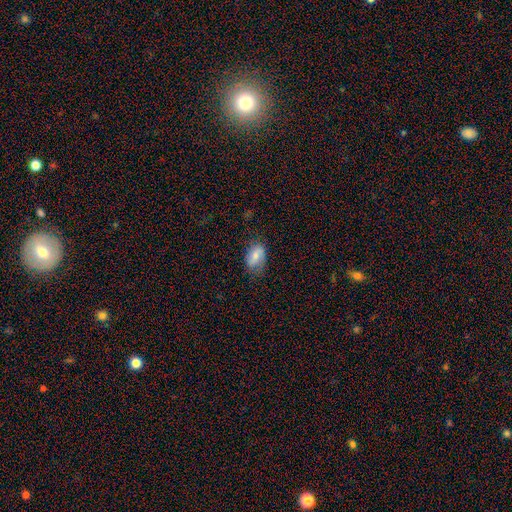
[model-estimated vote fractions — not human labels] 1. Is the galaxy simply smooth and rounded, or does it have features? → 70% smooth, 22% featured or disk, 8% star or artifact.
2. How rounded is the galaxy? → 88% in between, 10% round, 2% cigar-shaped.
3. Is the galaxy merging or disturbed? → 66% none, 26% minor disturbance, 8% major disturbance, 1% merger.